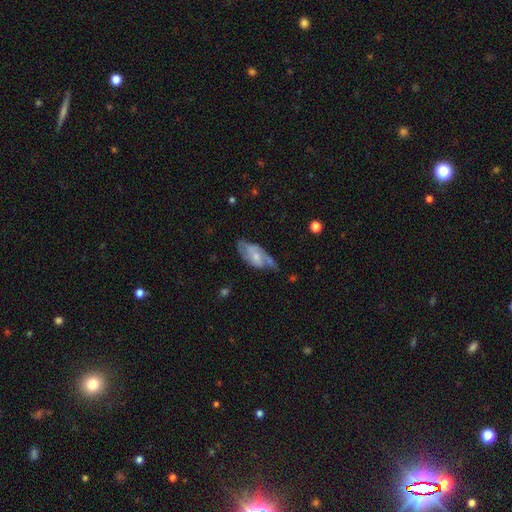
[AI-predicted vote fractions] Overall: featured or disk (65%; smooth 29%). Edge-on disk: no (92%). Bar: no (53%; weak 37%). Spiral arms: yes (84%). Bulge size: small (50%; moderate 38%). Merging: none (52%; minor disturbance 30%).